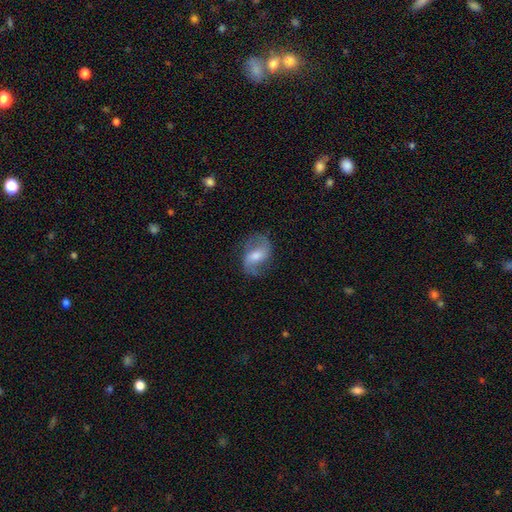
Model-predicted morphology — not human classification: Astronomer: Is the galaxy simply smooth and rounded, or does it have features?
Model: featured or disk — 76%.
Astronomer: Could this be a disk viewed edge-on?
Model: no — 97%.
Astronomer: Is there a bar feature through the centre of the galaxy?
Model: weak — 50% (runner-up: no, 25%).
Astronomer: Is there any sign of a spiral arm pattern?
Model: yes — 93%.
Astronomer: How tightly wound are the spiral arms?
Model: loose — 49% (runner-up: medium, 40%).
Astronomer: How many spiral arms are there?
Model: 2 — 90%.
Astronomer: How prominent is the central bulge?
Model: moderate — 54%.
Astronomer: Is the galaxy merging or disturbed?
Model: none — 75%.